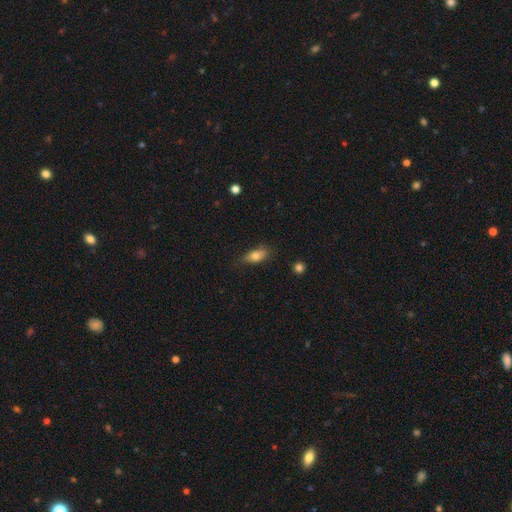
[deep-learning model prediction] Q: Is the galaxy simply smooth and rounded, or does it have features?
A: smooth — 76%.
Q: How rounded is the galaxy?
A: in between — 82%.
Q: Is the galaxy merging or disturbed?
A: none — 63%.